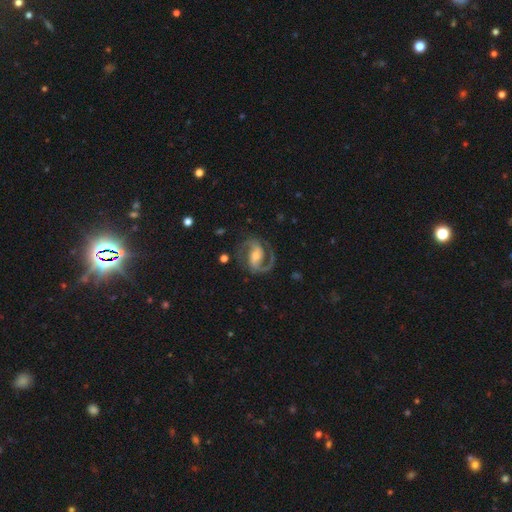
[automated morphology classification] The model was most divided on "bar": weak: 40%, strong: 34%, no: 26%. More confident: spiral arms — yes (98%); edge-on disk — no (98%); spiral arm count — 2 (93%); smooth or featured — featured or disk (92%); merging — none (80%); spiral winding — medium (62%); bulge size — moderate (52%).